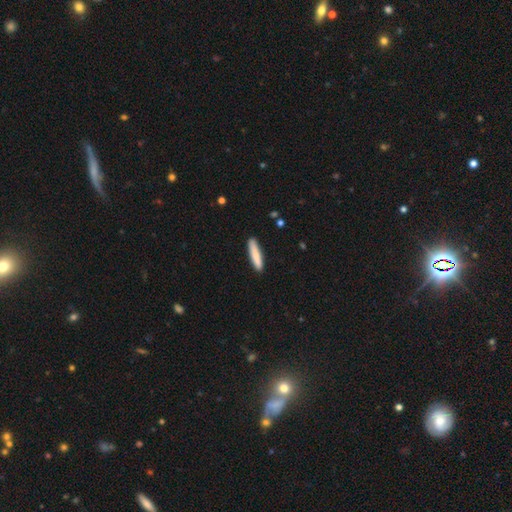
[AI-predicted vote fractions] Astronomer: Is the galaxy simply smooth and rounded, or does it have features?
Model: smooth — 81%.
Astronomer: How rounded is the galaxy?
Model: cigar-shaped — 89%.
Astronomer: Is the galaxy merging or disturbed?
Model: none — 90%.